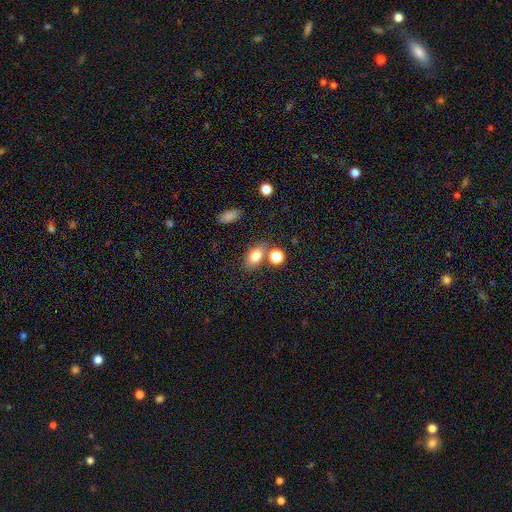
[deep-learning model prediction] A smooth galaxy with no disk features (79%) that is in between round and cigar-shaped (76%). Merging: none (66%).